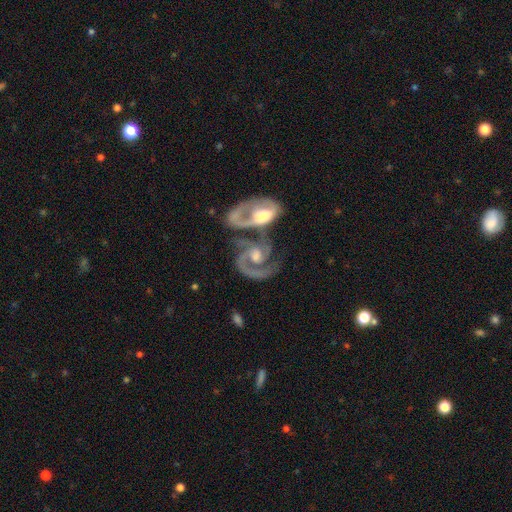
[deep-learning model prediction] featured or disk 89%, smooth 7%, star or artifact 4%. Down the decision tree: edge-on disk — no (97%); bar — no (58%); spiral arms — yes (96%); spiral arm count — 2 (83%); spiral winding — medium (52%); bulge size — moderate (58%); merging — merger (54%).